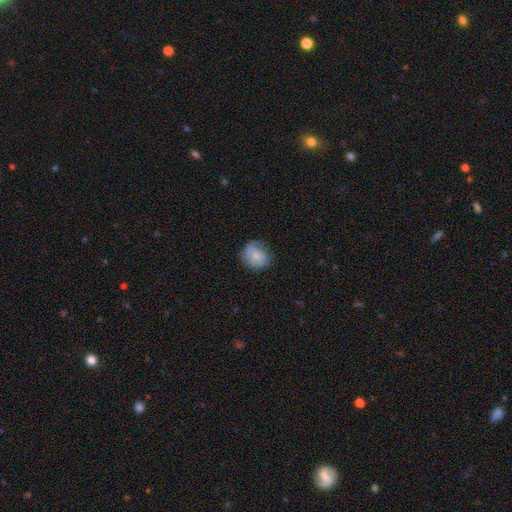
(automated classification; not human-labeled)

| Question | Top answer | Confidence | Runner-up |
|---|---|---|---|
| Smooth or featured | smooth | 73% | featured or disk (20%) |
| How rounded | round | 66% | in between (33%) |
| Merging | none | 55% | minor disturbance (31%) |